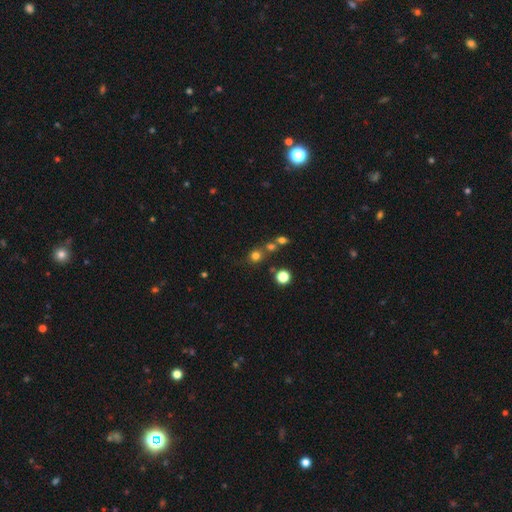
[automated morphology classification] type=smooth (72%); roundness=round (86%); merging=none (64%).